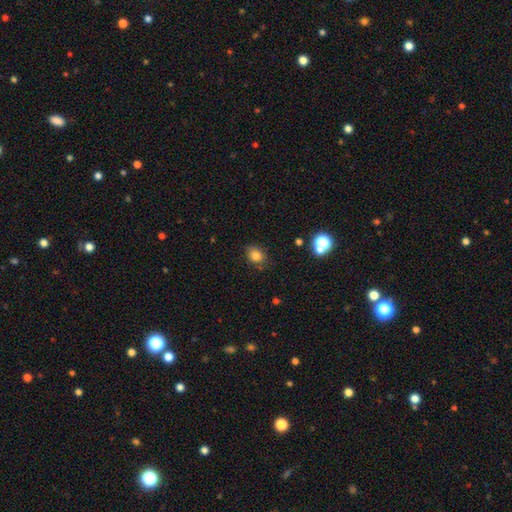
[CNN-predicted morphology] This appears to be a smooth galaxy with no disk features (80%) that is round (54%). Merging: none (80%).